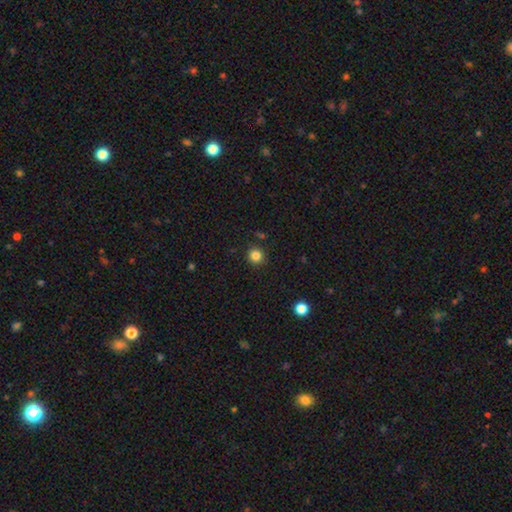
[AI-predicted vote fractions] This appears to be a smooth galaxy with no disk features (84%) that is round (91%). Merging: none (89%).